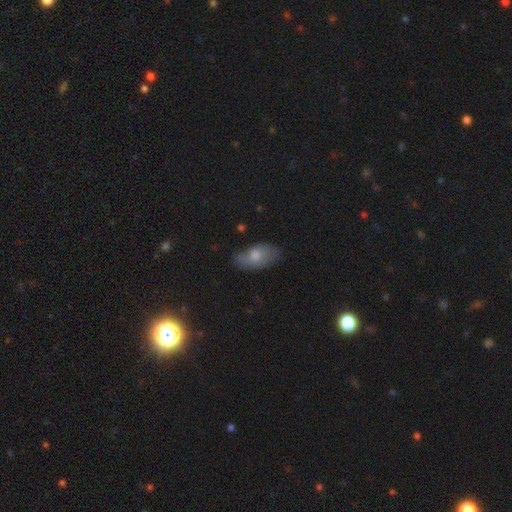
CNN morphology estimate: Q: Smooth or featured?
A: smooth (71%); runner-up: featured or disk (22%)
Q: How rounded?
A: in between (92%); runner-up: round (4%)
Q: Merging?
A: none (63%); runner-up: minor disturbance (28%)